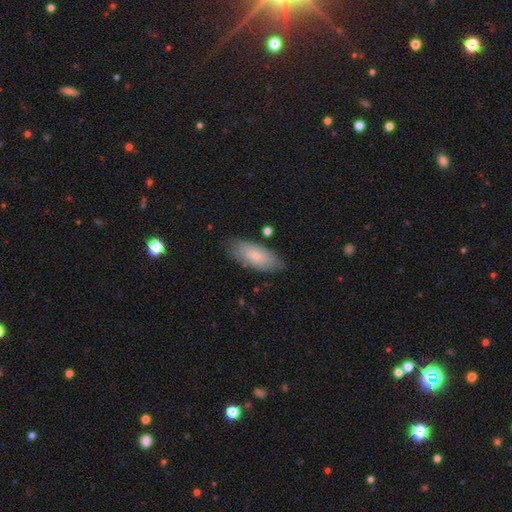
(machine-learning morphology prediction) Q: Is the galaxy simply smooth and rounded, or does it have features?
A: smooth — 70%.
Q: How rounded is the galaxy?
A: in between — 82%.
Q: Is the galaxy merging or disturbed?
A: none — 78%.